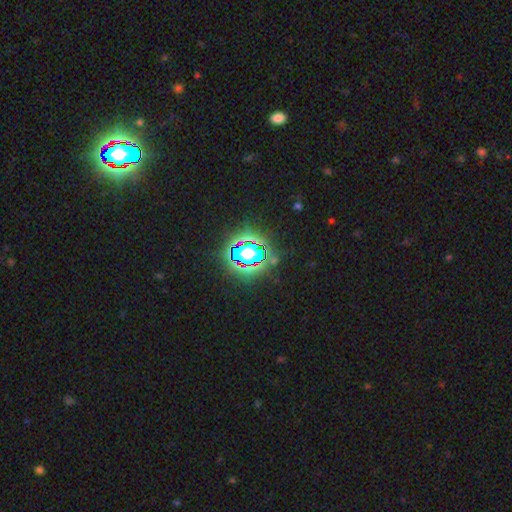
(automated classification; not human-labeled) smooth-or-featured: star or artifact: 78% | smooth: 14% | featured or disk: 9%